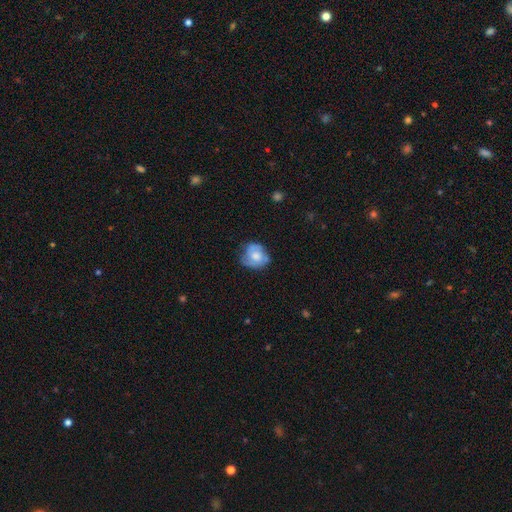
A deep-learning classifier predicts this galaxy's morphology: Smooth or featured? Predicted: smooth (p=0.51). How rounded? Predicted: round (p=0.69). Merging? Predicted: none (p=0.56).